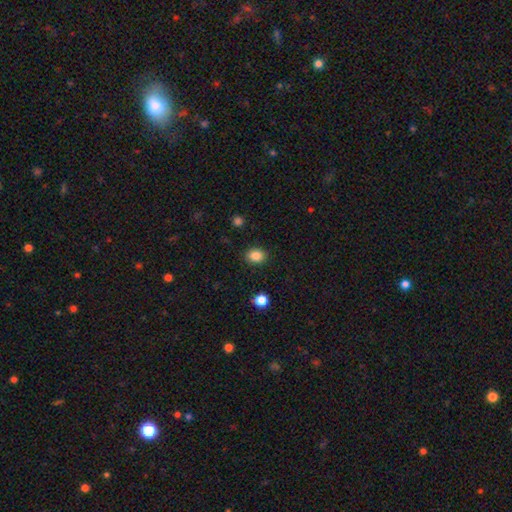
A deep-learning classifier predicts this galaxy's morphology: Q: Smooth or featured?
A: smooth (85%); runner-up: star or artifact (10%)
Q: How rounded?
A: round (53%); runner-up: in between (46%)
Q: Merging?
A: none (89%); runner-up: minor disturbance (8%)